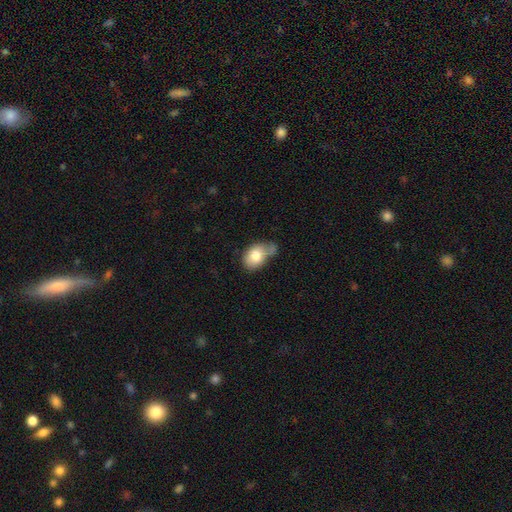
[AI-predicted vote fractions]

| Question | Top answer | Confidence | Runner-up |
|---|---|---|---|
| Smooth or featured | smooth | 76% | featured or disk (16%) |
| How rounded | in between | 78% | round (20%) |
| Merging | none | 36% | minor disturbance (35%) |